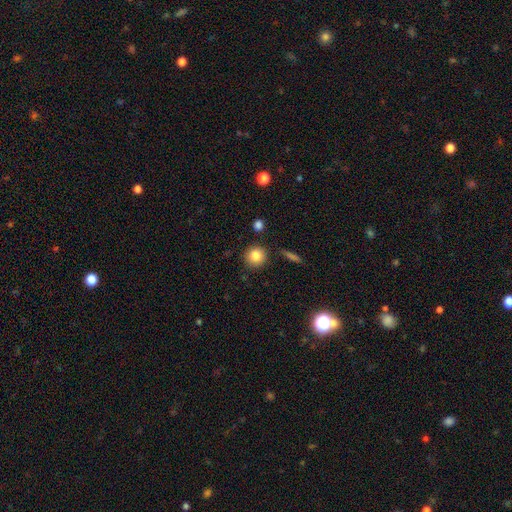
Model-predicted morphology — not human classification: Smooth or featured? smooth (83%)
How rounded? round (92%)
Merging? none (87%)